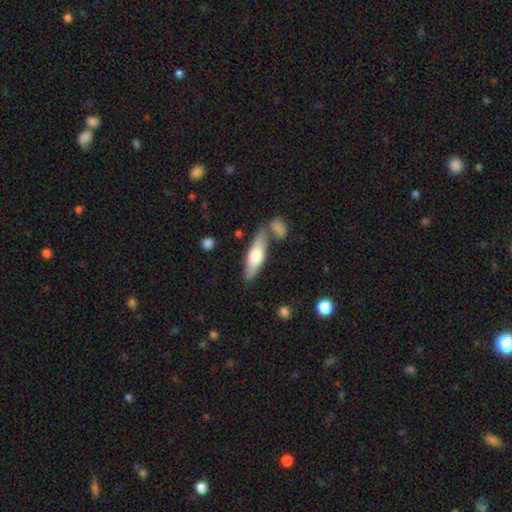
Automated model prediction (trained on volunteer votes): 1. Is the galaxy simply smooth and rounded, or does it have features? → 60% smooth, 35% featured or disk, 5% star or artifact.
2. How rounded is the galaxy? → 54% cigar-shaped, 44% in between, 2% round.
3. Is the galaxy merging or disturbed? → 70% none, 14% minor disturbance, 13% merger, 4% major disturbance.